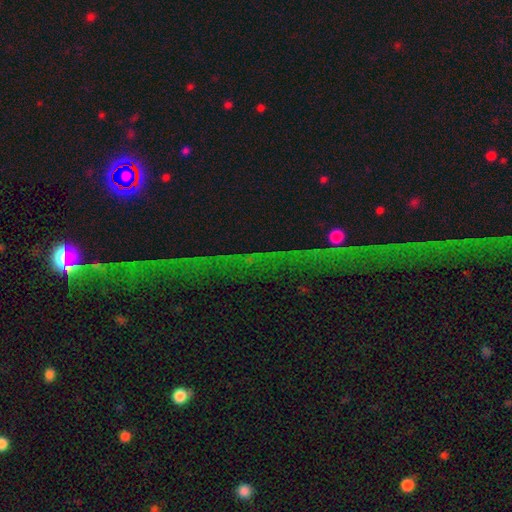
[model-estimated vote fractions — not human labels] Smooth or featured: star or artifact — 71% (featured or disk — 15%)